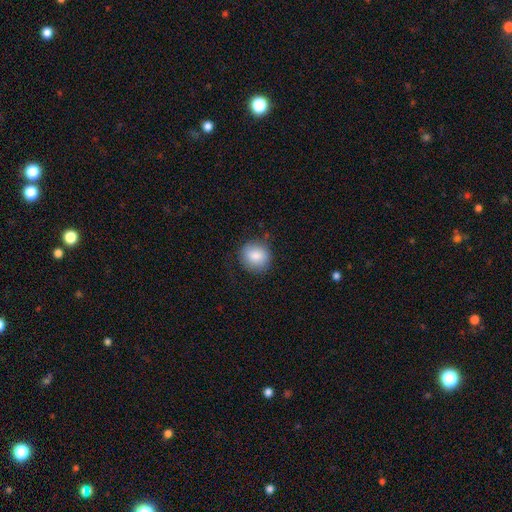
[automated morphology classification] Overall: smooth (85%). How rounded: round (84%). Merging: none (81%).